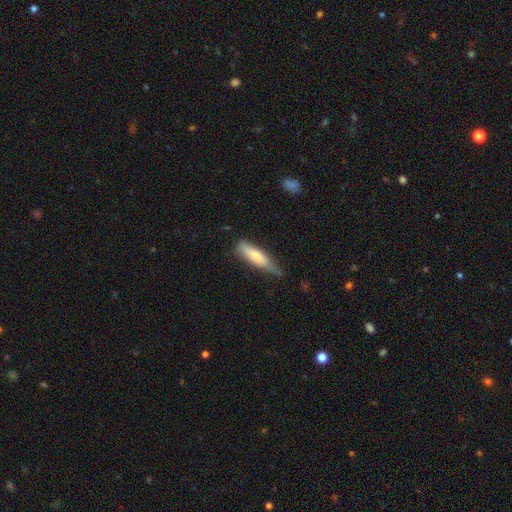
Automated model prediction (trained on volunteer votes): This appears to be a smooth galaxy with no disk features (66%) that is cigar-shaped (65%). Merging: none (51%).